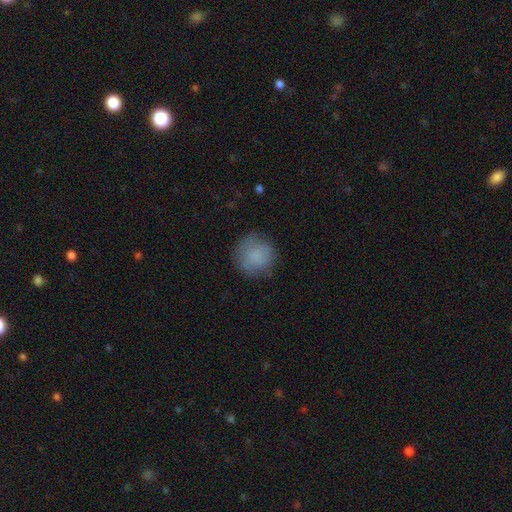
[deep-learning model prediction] Overall: smooth (80%). How rounded: round (92%). Merging: none (74%).